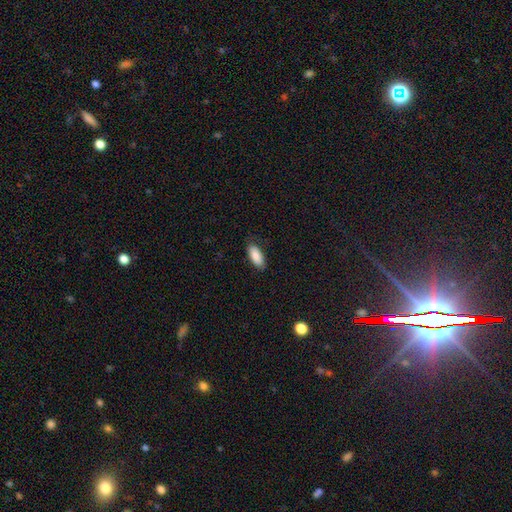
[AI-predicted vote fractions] Overall: smooth (88%). How rounded: in between (85%). Merging: none (83%).